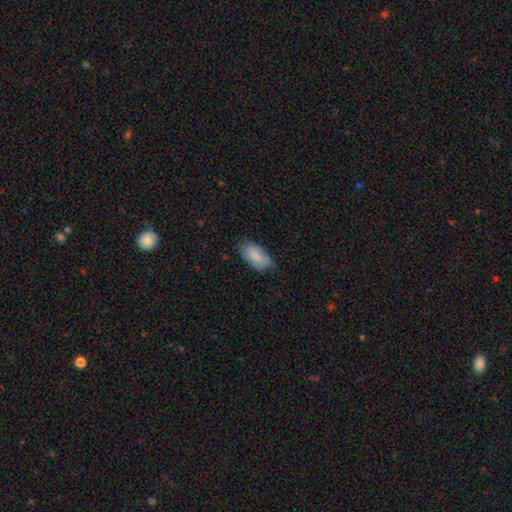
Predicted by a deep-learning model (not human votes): Smooth or featured: smooth — 82% (featured or disk — 12%)
How rounded: in between — 94% (round — 3%)
Merging: none — 68% (minor disturbance — 26%)